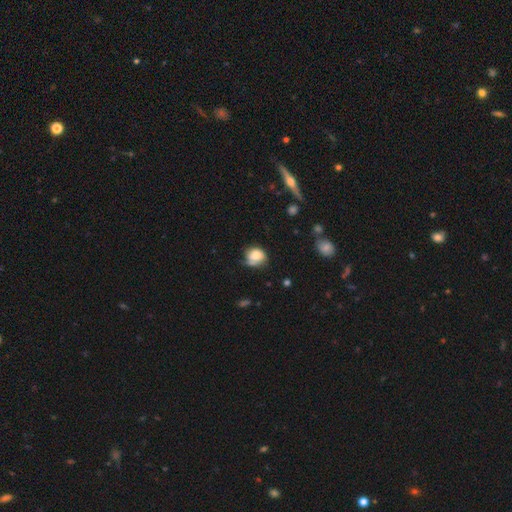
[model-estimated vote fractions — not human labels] This is likely a smooth galaxy (72%). How rounded: likely round (65%). Merging: possibly none (47%).